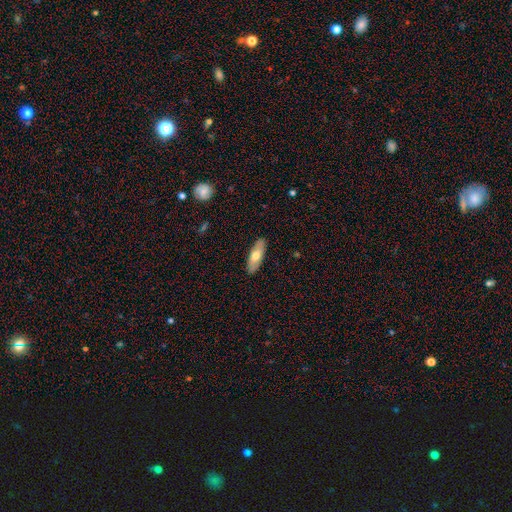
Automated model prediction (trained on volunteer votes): Smooth or featured?
  - smooth: 62% *
  - featured or disk: 33%
  - star or artifact: 6%
How rounded?
  - in between: 70% *
  - cigar-shaped: 28%
  - round: 2%
Merging?
  - none: 89% *
  - minor disturbance: 8%
  - major disturbance: 2%
  - merger: 1%